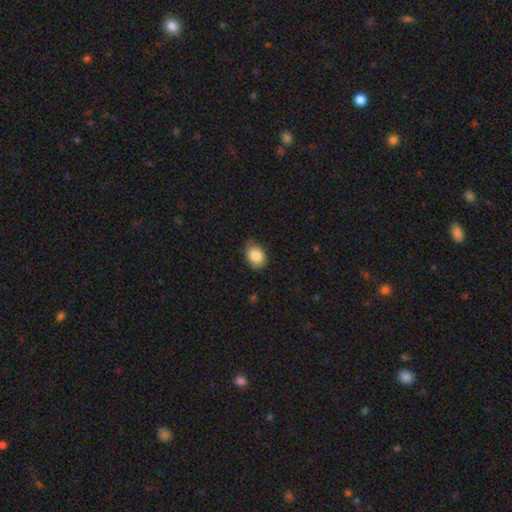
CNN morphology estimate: smooth-or-featured: smooth: 86% | star or artifact: 8% | featured or disk: 6%
  how-rounded: in between: 67% | round: 32% | cigar-shaped: 1%
  merging: none: 74% | minor disturbance: 22% | major disturbance: 3% | merger: 1%